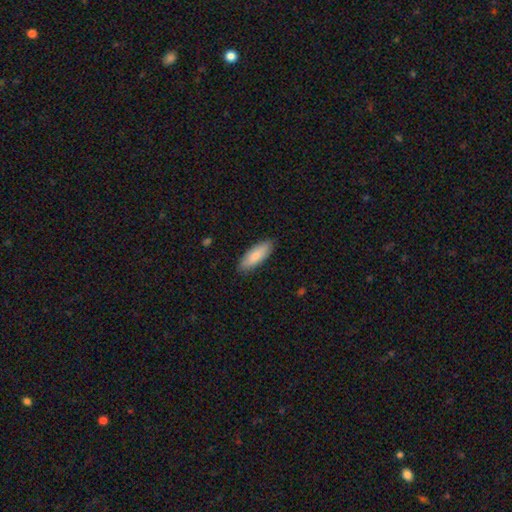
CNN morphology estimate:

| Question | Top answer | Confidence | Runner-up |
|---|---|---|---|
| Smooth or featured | smooth | 82% | featured or disk (12%) |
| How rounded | in between | 65% | cigar-shaped (33%) |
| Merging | none | 87% | minor disturbance (10%) |